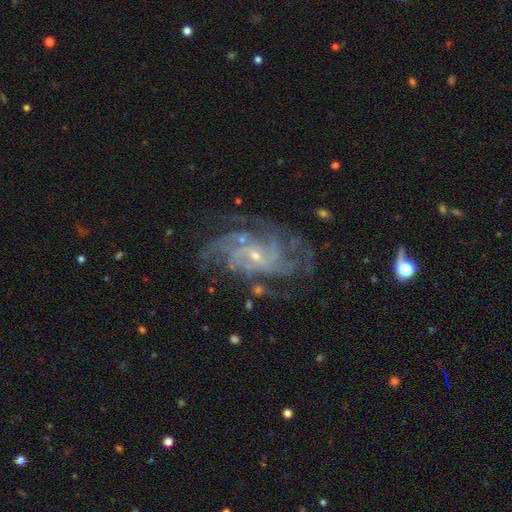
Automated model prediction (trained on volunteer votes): This appears to be a featured or disk galaxy (89%) with no bar (58%), 4 (34%) tight (50%) spiral arms (97%) and a small central bulge (79%). Merging: none (68%).